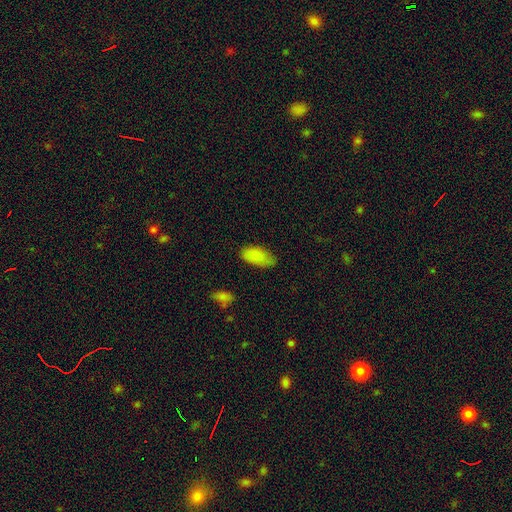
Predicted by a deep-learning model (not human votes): A smooth galaxy with no disk features (87%) that is in between round and cigar-shaped (93%).

Vote fractions:
- Smooth or featured? smooth: 87% / star or artifact: 7% / featured or disk: 6%
- How rounded? in between: 93% / cigar-shaped: 5% / round: 2%
- Merging? none: 75% / minor disturbance: 20% / major disturbance: 4% / merger: 2%